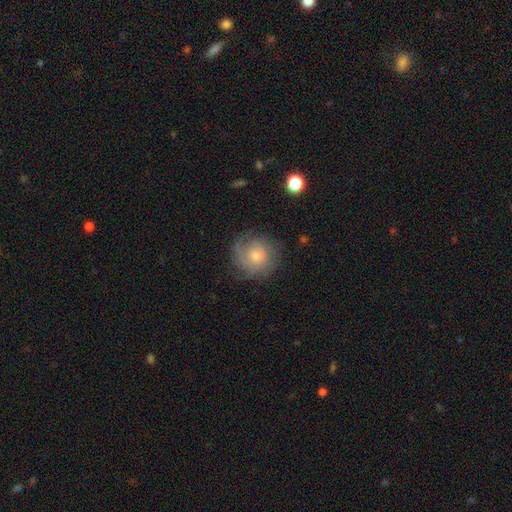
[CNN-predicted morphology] Smooth or featured?
  - featured or disk: 60% *
  - smooth: 30%
  - star or artifact: 9%
Edge-on disk?
  - no: 97% *
  - yes: 3%
Bar?
  - no: 79% *
  - weak: 18%
  - strong: 2%
Spiral arms?
  - yes: 89% *
  - no: 11%
Spiral winding?
  - tight: 60% *
  - medium: 29%
  - loose: 11%
Spiral arm count?
  - can't tell: 42% *
  - 3: 19%
  - 2: 17%
  - 1: 9%
  - 4: 8%
  - more than 4: 5%
Bulge size?
  - small: 48% *
  - moderate: 44%
  - large: 4%
  - none: 3%
  - dominant: 1%
Merging?
  - none: 75% *
  - minor disturbance: 16%
  - major disturbance: 7%
  - merger: 1%